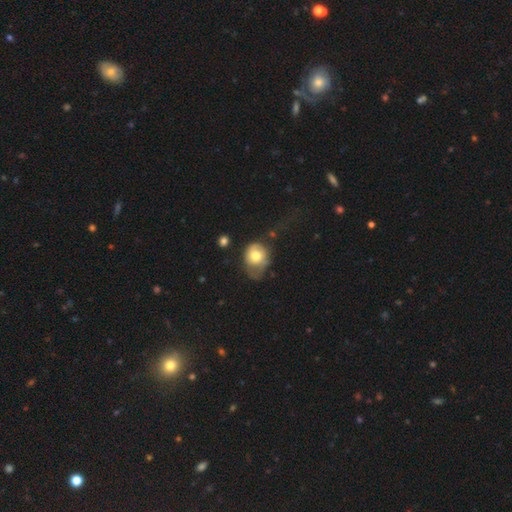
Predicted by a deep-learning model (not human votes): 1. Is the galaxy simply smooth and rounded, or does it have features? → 68% smooth, 25% featured or disk, 8% star or artifact.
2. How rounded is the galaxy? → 59% round, 41% in between, 1% cigar-shaped.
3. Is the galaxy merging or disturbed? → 34% minor disturbance, 32% major disturbance, 29% none, 4% merger.